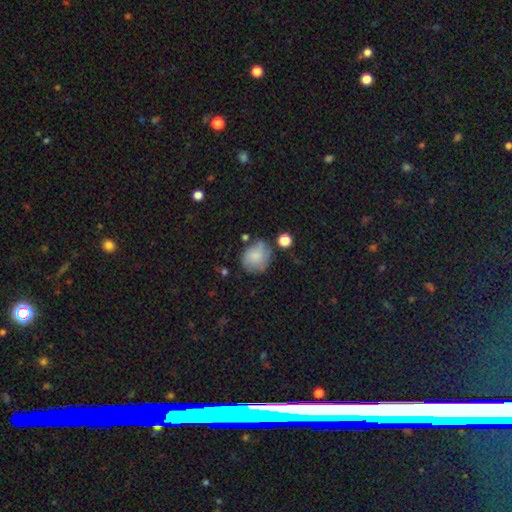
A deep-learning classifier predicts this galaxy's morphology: type=smooth (74%); roundness=round (72%); merging=none (53%).